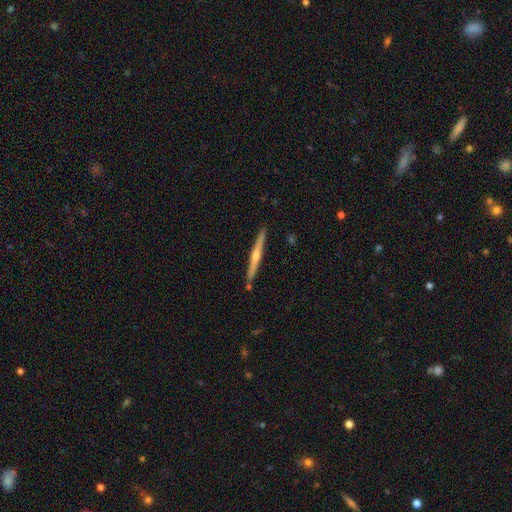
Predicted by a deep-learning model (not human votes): Smooth or featured? Predicted: featured or disk (p=0.75). Edge-on disk? Predicted: yes (p=0.98). Edge-on bulge? Predicted: rounded (p=0.83). Merging? Predicted: none (p=0.91).